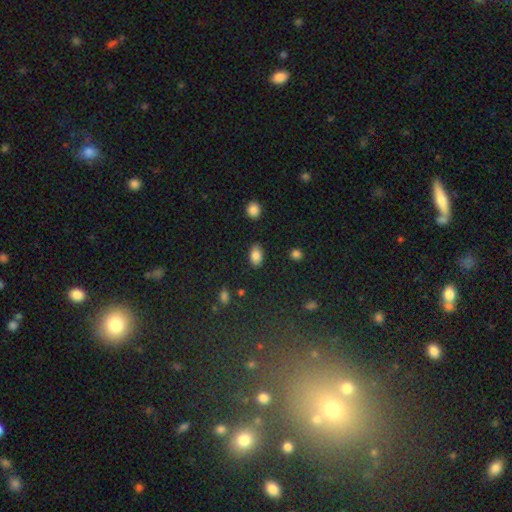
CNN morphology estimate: Overall: smooth (86%). How rounded: in between (89%). Merging: none (83%).